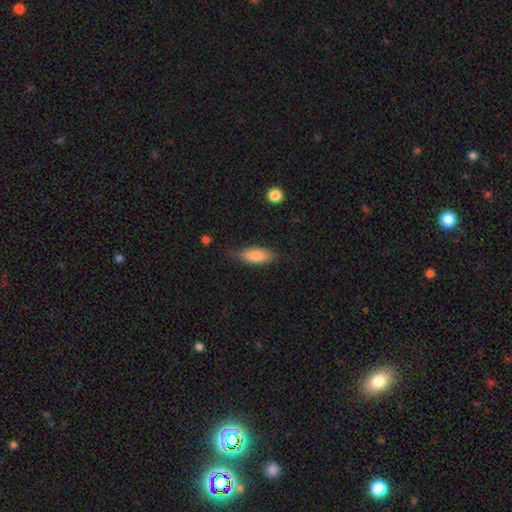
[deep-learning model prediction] Smooth or featured? Predicted: smooth (p=0.81). How rounded? Predicted: in between (p=0.75). Merging? Predicted: none (p=0.71).